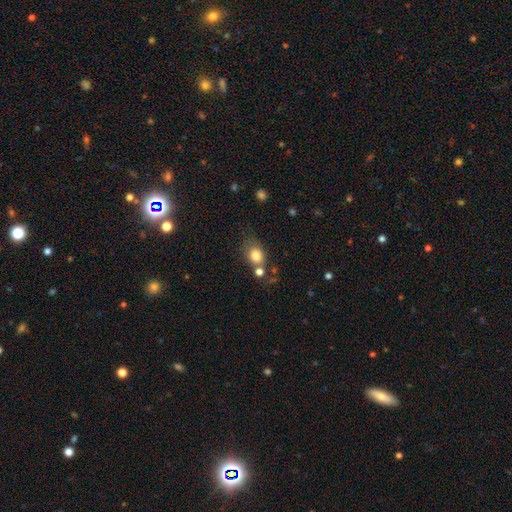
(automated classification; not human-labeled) This appears to be a smooth galaxy with no disk features (81%) that is round (55%). Merging: none (57%).